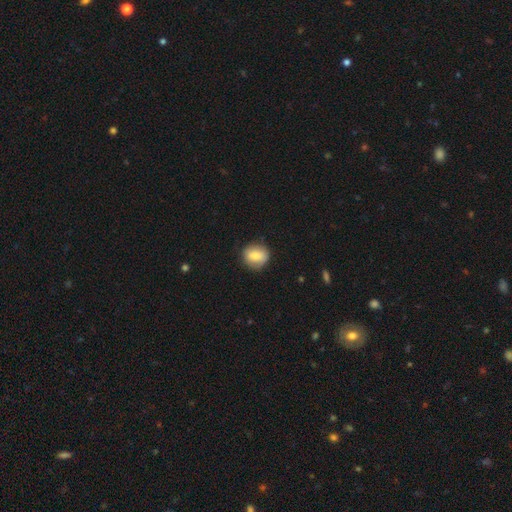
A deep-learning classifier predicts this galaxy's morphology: type=smooth (78%); roundness=round (75%); merging=none (84%).